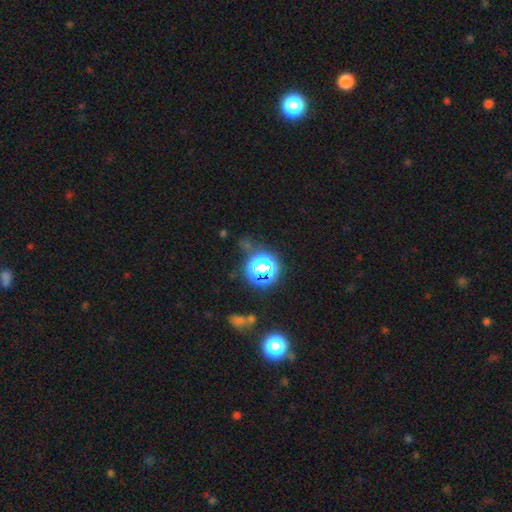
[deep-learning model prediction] This is likely a star or artifact rather than a galaxy (69%).